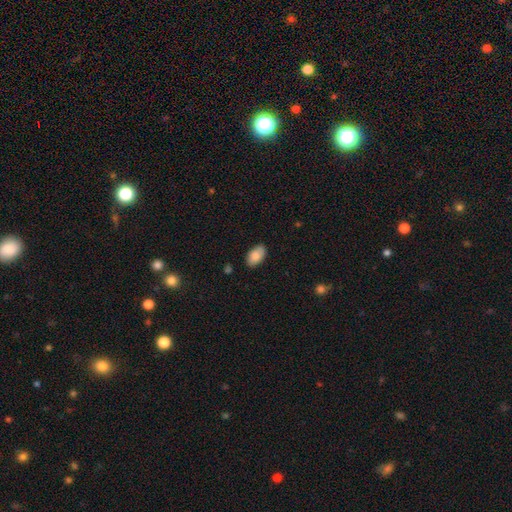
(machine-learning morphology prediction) A smooth galaxy with no disk features (86%) that is in between round and cigar-shaped (94%).

Vote fractions:
- Smooth or featured? smooth: 86% / featured or disk: 8% / star or artifact: 7%
- How rounded? in between: 94% / round: 5% / cigar-shaped: 1%
- Merging? none: 84% / minor disturbance: 12% / major disturbance: 2% / merger: 1%